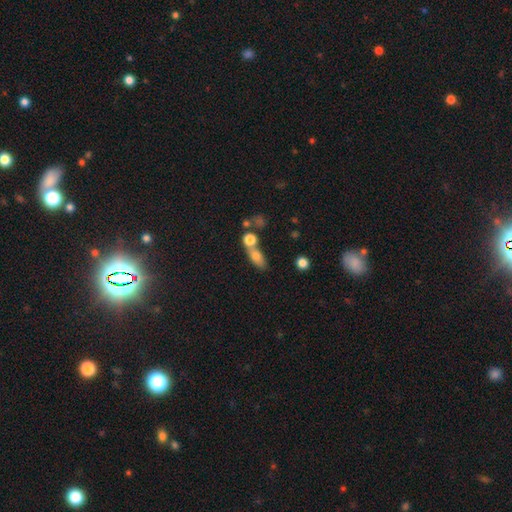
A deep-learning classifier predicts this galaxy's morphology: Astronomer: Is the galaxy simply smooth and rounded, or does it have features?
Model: smooth — 73%.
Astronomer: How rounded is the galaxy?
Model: in between — 64%.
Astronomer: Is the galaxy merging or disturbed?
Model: merger — 51% (runner-up: none, 33%).